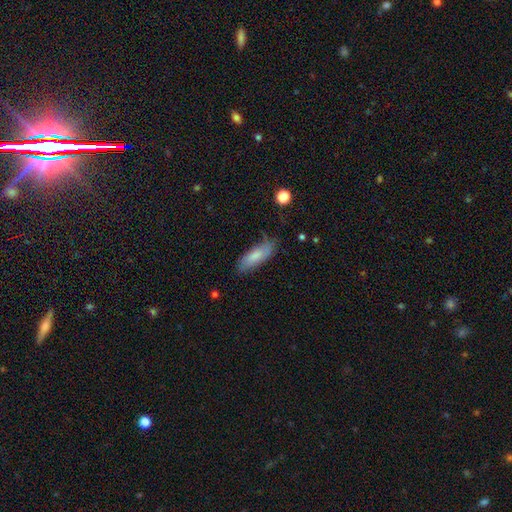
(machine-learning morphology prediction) Smooth or featured? smooth (73%)
How rounded? in between (65%)
Merging? none (64%)